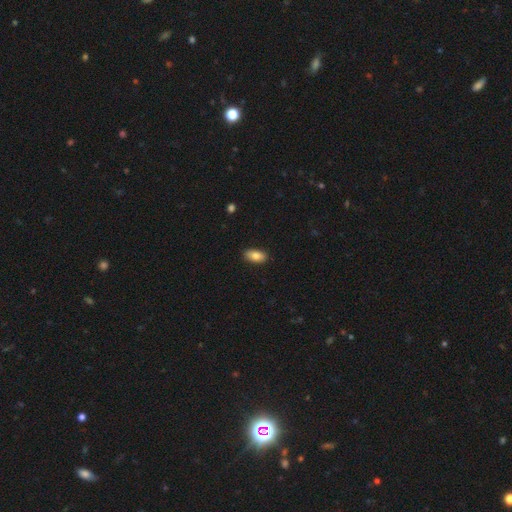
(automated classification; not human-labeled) Overall: smooth (84%). How rounded: in between (91%). Merging: none (88%).